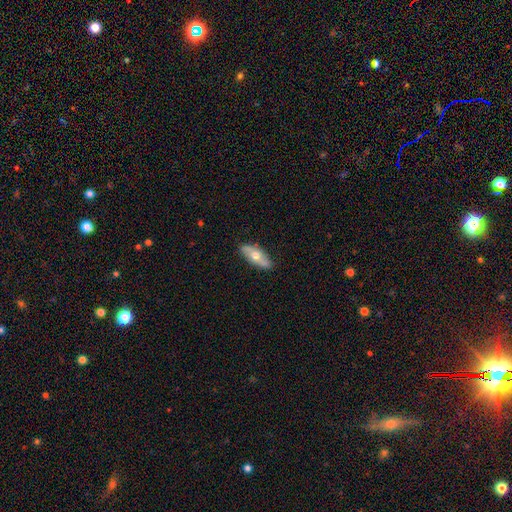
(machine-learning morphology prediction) smooth-or-featured: smooth: 50% | featured or disk: 45% | star or artifact: 6%
  merging: none: 81% | minor disturbance: 15% | major disturbance: 3% | merger: 2%